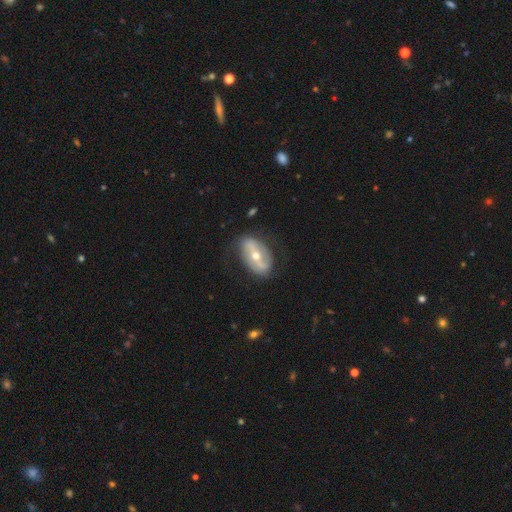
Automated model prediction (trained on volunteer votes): Q: Smooth or featured?
A: featured or disk (74%); runner-up: smooth (21%)
Q: Edge-on disk?
A: no (92%); runner-up: yes (8%)
Q: Bar?
A: strong (53%); runner-up: weak (26%)
Q: Spiral arms?
A: yes (68%); runner-up: no (32%)
Q: Bulge size?
A: moderate (60%); runner-up: small (36%)
Q: Merging?
A: none (75%); runner-up: minor disturbance (17%)